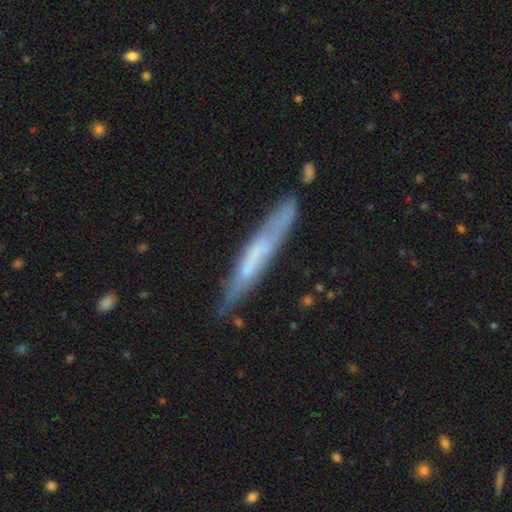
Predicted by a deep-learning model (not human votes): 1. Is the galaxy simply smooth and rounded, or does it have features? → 51% featured or disk, 42% smooth, 7% star or artifact.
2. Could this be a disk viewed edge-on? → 79% yes, 21% no.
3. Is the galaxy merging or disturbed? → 72% none, 19% minor disturbance, 5% major disturbance, 4% merger.